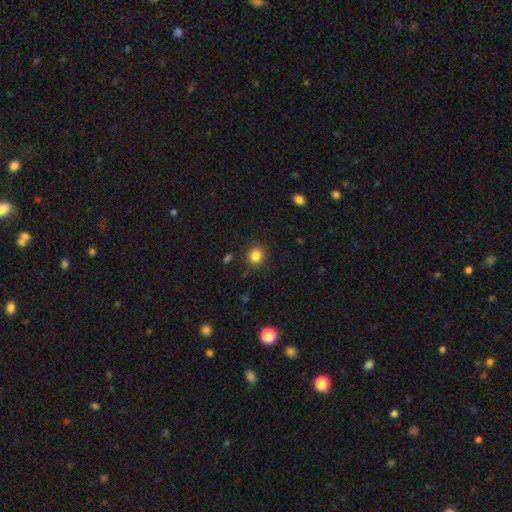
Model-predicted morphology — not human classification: smooth 84%, star or artifact 11%, featured or disk 4%. Down the decision tree: how rounded — round (82%); merging — none (87%).